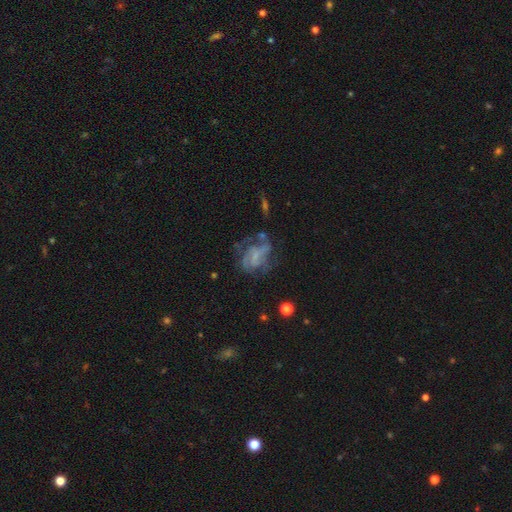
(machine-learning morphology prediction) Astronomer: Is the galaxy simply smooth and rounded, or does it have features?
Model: featured or disk — 66%.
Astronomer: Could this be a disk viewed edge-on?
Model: no — 97%.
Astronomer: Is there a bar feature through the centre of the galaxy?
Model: no — 60%.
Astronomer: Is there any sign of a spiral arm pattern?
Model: yes — 63%.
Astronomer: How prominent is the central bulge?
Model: none — 50% (runner-up: small, 32%).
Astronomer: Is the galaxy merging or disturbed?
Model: none — 43% (runner-up: major disturbance, 31%).